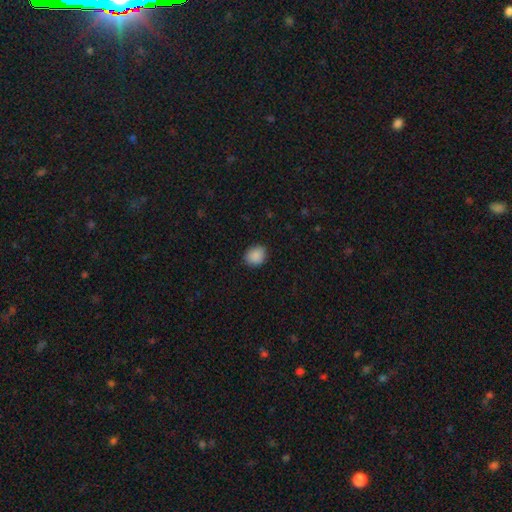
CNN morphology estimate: Q: Smooth or featured?
A: smooth (89%); runner-up: star or artifact (8%)
Q: How rounded?
A: round (62%); runner-up: in between (37%)
Q: Merging?
A: none (86%); runner-up: minor disturbance (11%)